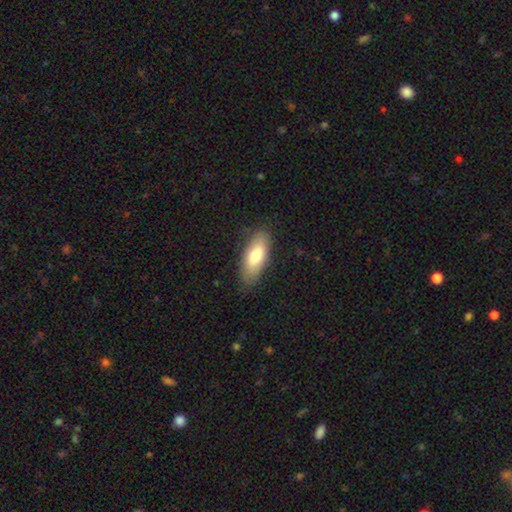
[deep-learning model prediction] smooth_or_featured: smooth (p=0.73) [alt: featured or disk p=0.20]
how_rounded: in between (p=0.77) [alt: cigar-shaped p=0.21]
merging: none (p=0.81) [alt: minor disturbance p=0.14]